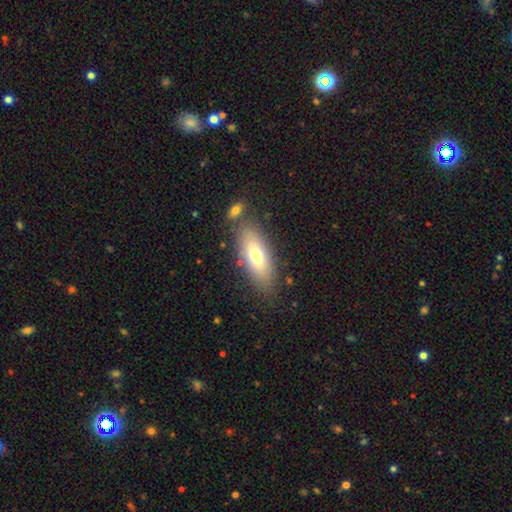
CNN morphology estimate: This appears to be a smooth galaxy with no disk features (69%) that is in between round and cigar-shaped (75%). Merging: none (78%).